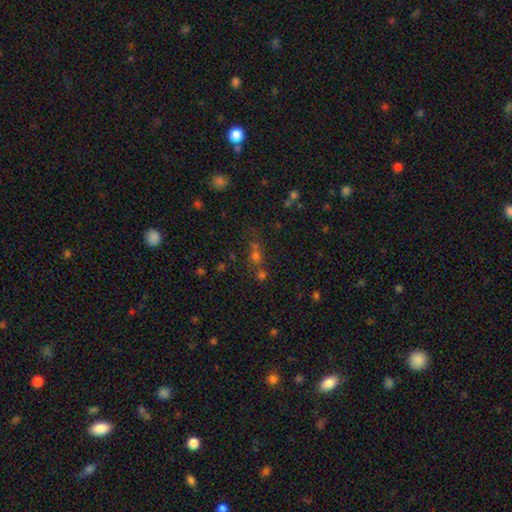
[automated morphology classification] This is possibly a smooth galaxy (46%). Merging: possibly none (49%).